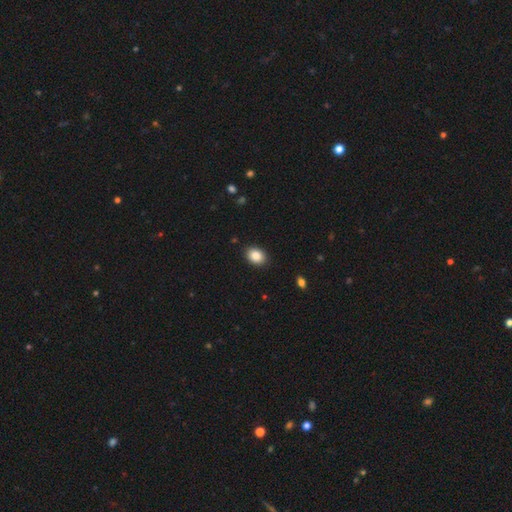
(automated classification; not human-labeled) smooth_or_featured: smooth (p=0.87) [alt: star or artifact p=0.08]
how_rounded: in between (p=0.68) [alt: round p=0.31]
merging: none (p=0.90) [alt: minor disturbance p=0.08]